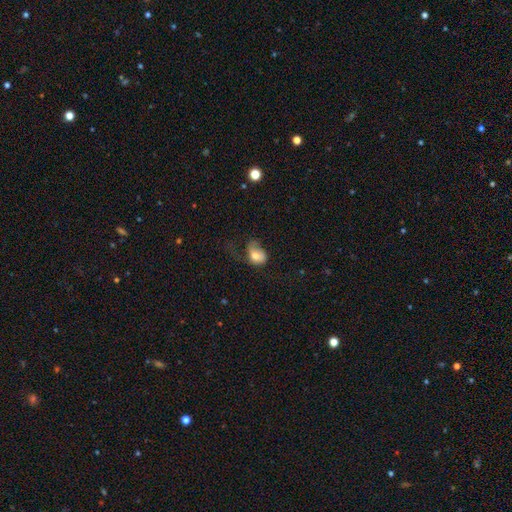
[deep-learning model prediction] smooth-or-featured: smooth: 69% | featured or disk: 22% | star or artifact: 8%
  how-rounded: in between: 72% | round: 27% | cigar-shaped: 1%
  merging: major disturbance: 45% | minor disturbance: 29% | none: 23% | merger: 3%